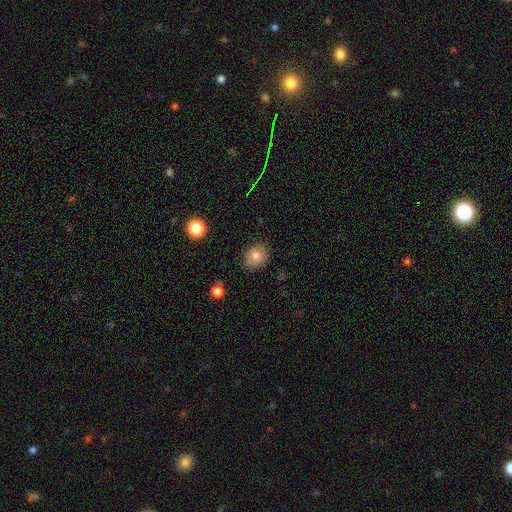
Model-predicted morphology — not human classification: The model was most divided on "how rounded": round: 56%, in between: 43%, cigar-shaped: 1%. More confident: merging — none (82%); smooth or featured — smooth (77%).